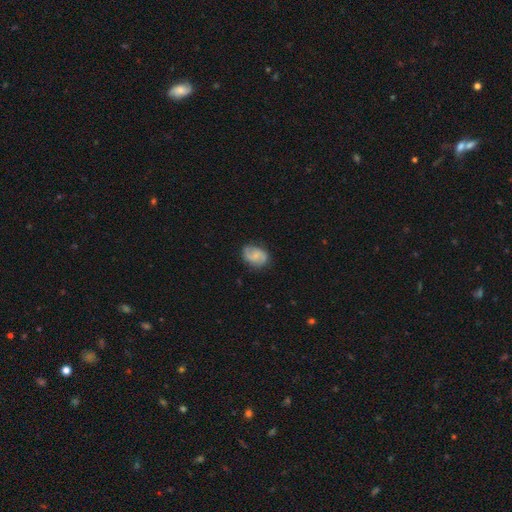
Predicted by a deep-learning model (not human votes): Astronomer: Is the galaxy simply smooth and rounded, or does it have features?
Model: featured or disk — 51% (runner-up: smooth, 41%).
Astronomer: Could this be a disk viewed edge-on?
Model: no — 97%.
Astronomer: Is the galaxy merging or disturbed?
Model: none — 73%.